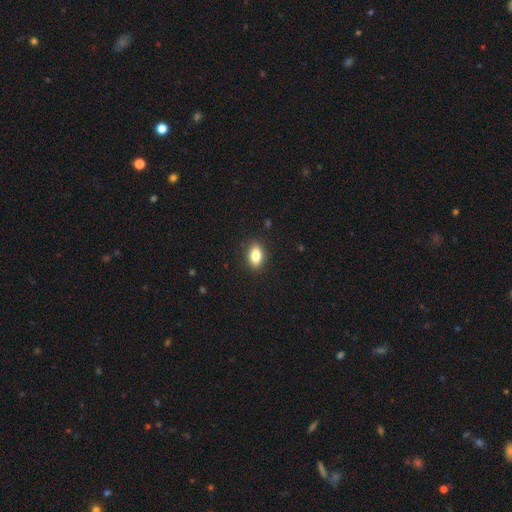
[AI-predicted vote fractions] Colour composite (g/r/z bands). It shows a smooth galaxy with no disk features (82%) that is in between round and cigar-shaped (83%). Merging: none (88%).